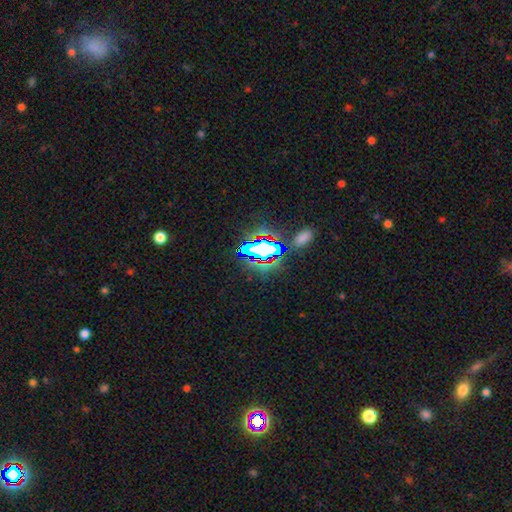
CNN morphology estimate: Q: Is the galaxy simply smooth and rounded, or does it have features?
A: star or artifact — 76%.